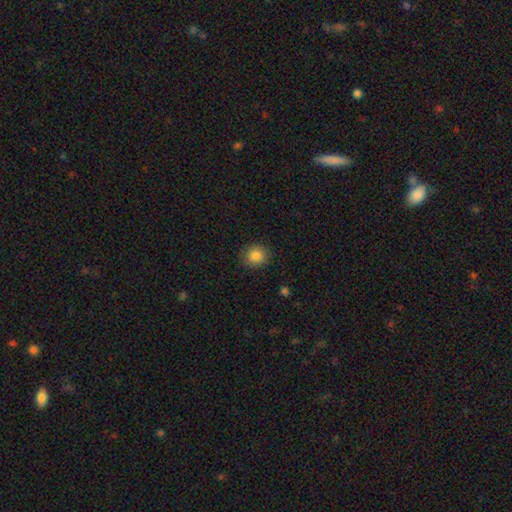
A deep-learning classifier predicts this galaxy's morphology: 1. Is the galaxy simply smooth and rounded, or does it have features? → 85% smooth, 10% star or artifact, 5% featured or disk.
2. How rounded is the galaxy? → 84% round, 15% in between, 1% cigar-shaped.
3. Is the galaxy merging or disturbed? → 88% none, 9% minor disturbance, 2% major disturbance, 1% merger.